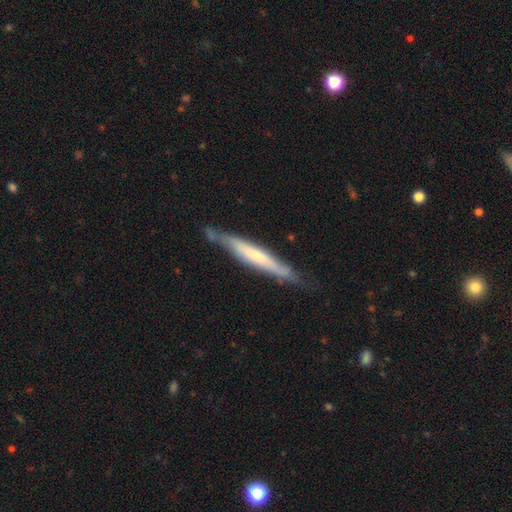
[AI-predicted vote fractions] Smooth or featured?
  - featured or disk: 52% *
  - smooth: 42%
  - star or artifact: 6%
Edge-on disk?
  - yes: 88% *
  - no: 12%
Merging?
  - none: 72% *
  - minor disturbance: 21%
  - major disturbance: 4%
  - merger: 3%